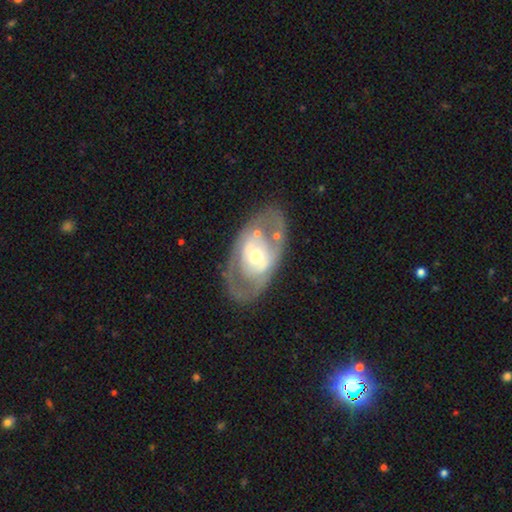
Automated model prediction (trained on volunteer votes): A featured or disk galaxy (69%) with no bar (67%), no spiral arms (69%) and a moderate central bulge (63%).

Vote fractions:
- Smooth or featured? featured or disk: 69% / smooth: 26% / star or artifact: 5%
- Edge-on disk? no: 91% / yes: 9%
- Bar? no: 67% / weak: 22% / strong: 11%
- Spiral arms? no: 69% / yes: 31%
- Bulge size? moderate: 63% / small: 23% / large: 11% / dominant: 1% / none: 1%
- Merging? none: 73% / minor disturbance: 15% / major disturbance: 9% / merger: 4%